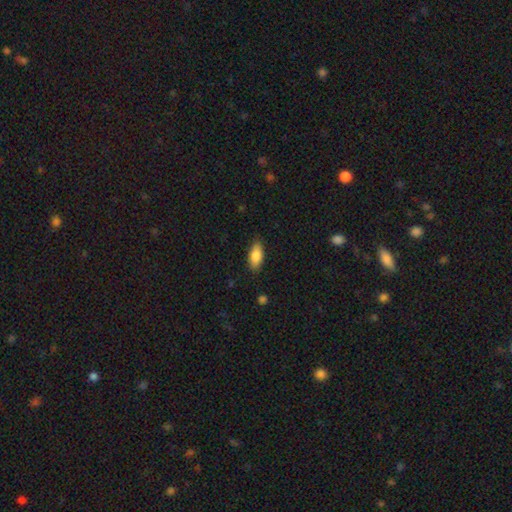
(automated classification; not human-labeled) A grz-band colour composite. It shows a smooth galaxy with no disk features (85%) that is in between round and cigar-shaped (88%). Merging: none (85%).